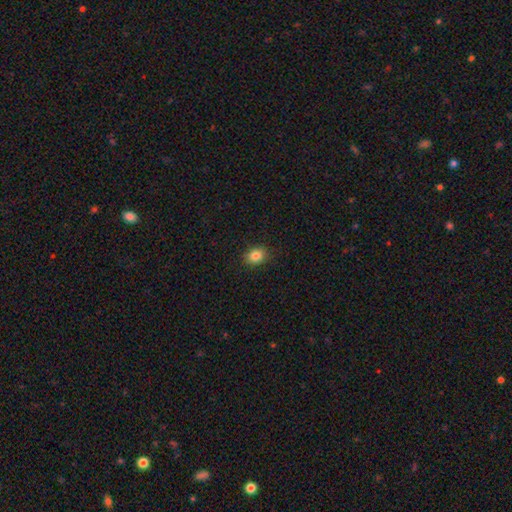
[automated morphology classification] smooth-or-featured: smooth: 84% | star or artifact: 10% | featured or disk: 6%
  how-rounded: round: 50% | in between: 49% | cigar-shaped: 1%
  merging: none: 89% | minor disturbance: 8% | major disturbance: 2% | merger: 1%